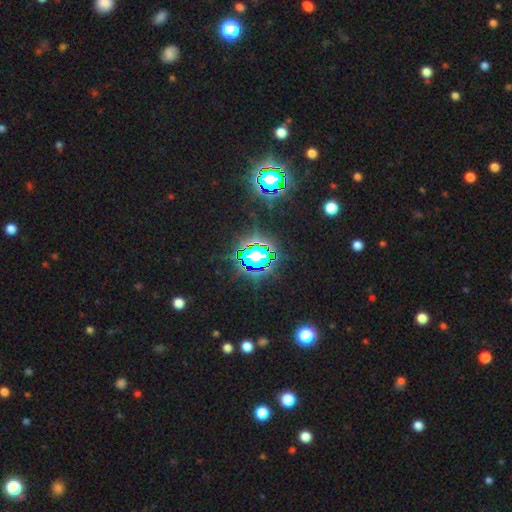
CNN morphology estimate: type=star or artifact (74%).